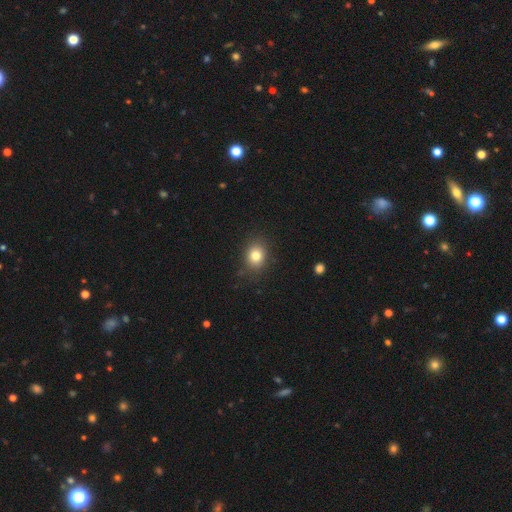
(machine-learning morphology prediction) Smooth or featured: smooth — 80% (star or artifact — 12%)
How rounded: round — 53% (in between — 46%)
Merging: none — 84% (minor disturbance — 11%)